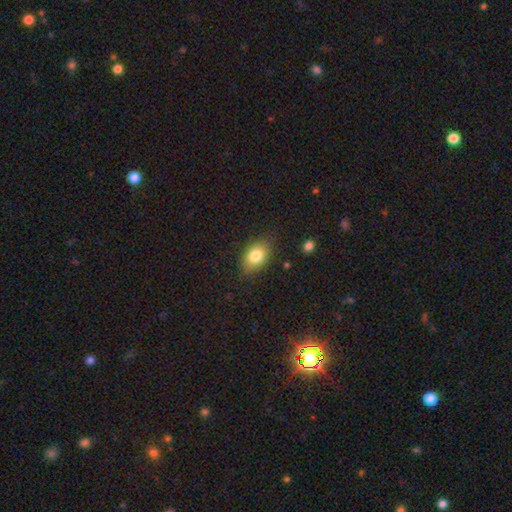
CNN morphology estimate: A smooth galaxy with no disk features (81%) that is in between round and cigar-shaped (80%). Merging: none (78%).